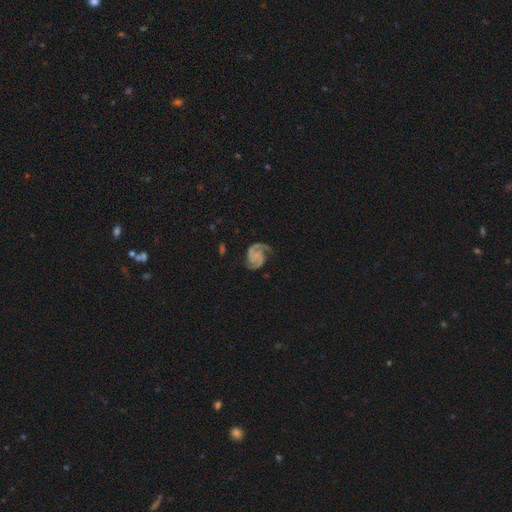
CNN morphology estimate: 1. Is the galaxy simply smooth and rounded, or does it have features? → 87% featured or disk, 8% smooth, 6% star or artifact.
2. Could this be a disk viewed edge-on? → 98% no, 2% yes.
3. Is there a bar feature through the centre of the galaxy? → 66% no, 26% weak, 7% strong.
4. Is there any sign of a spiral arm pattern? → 97% yes, 3% no.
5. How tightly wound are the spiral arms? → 49% medium, 36% tight, 16% loose.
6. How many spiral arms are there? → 68% 2, 18% 3, 5% can't tell, 3% 1, 3% 4, 3% more than 4.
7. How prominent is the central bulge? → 56% none, 31% small, 10% moderate, 2% large, 1% dominant.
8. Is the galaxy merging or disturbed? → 66% none, 19% minor disturbance, 13% major disturbance, 2% merger.